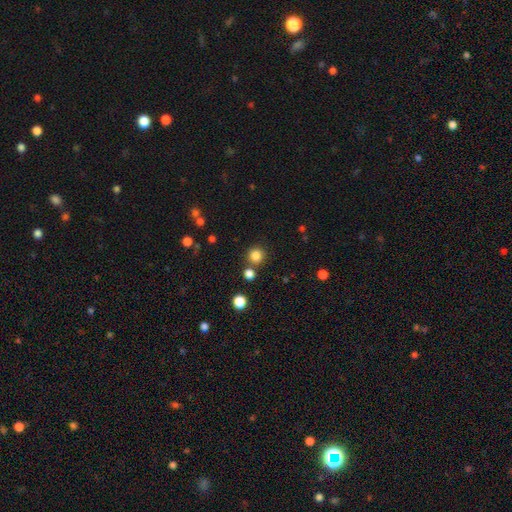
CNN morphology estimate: This appears to be a smooth galaxy with no disk features (83%) that is round (94%). Merging: none (81%).